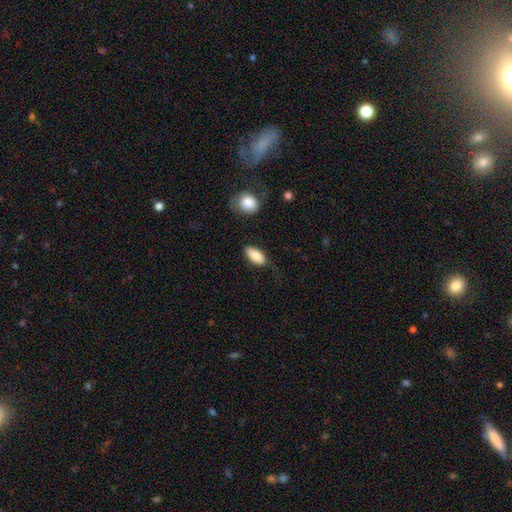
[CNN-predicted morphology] Q: Smooth or featured?
A: smooth (85%); runner-up: featured or disk (9%)
Q: How rounded?
A: in between (91%); runner-up: cigar-shaped (6%)
Q: Merging?
A: none (68%); runner-up: minor disturbance (21%)